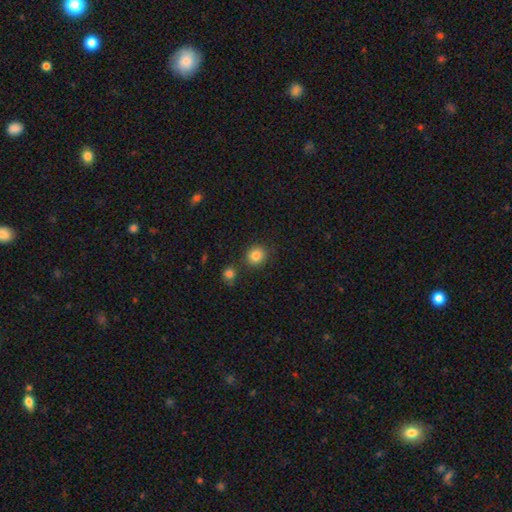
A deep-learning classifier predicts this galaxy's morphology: Smooth or featured? Predicted: smooth (p=0.83). How rounded? Predicted: round (p=0.86). Merging? Predicted: none (p=0.81).